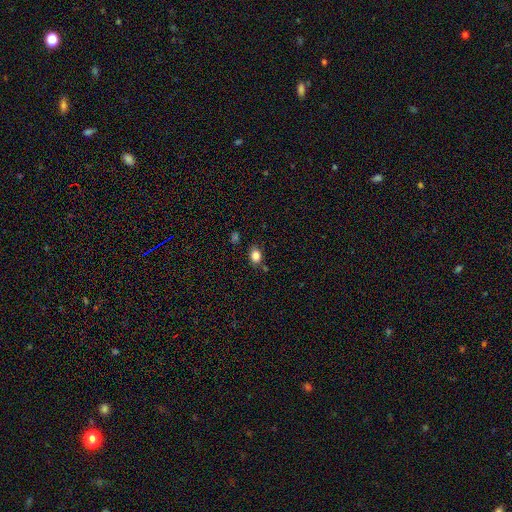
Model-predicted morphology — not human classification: smooth 84%, star or artifact 11%, featured or disk 5%. Down the decision tree: how rounded — in between (65%); merging — none (78%).